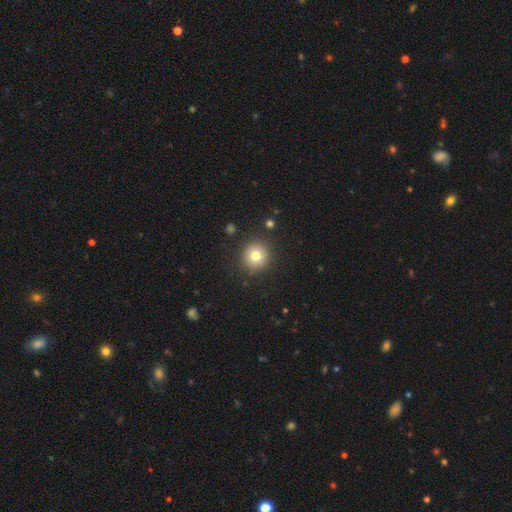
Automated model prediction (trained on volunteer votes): This appears to be a smooth galaxy with no disk features (78%) that is round (92%). Merging: none (89%).